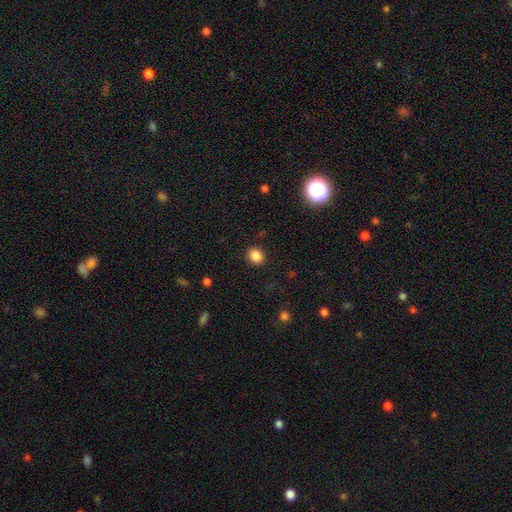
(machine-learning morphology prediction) Smooth or featured: smooth — 86% (star or artifact — 11%)
How rounded: round — 71% (in between — 28%)
Merging: none — 89% (minor disturbance — 7%)